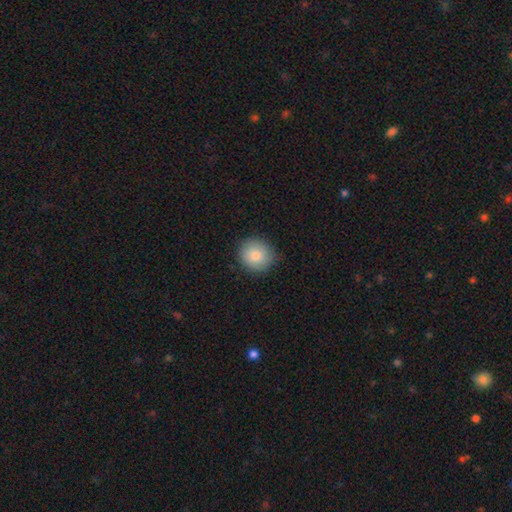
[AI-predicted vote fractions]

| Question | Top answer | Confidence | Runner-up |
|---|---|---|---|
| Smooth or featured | smooth | 82% | featured or disk (10%) |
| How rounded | round | 87% | in between (12%) |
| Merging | none | 86% | minor disturbance (11%) |